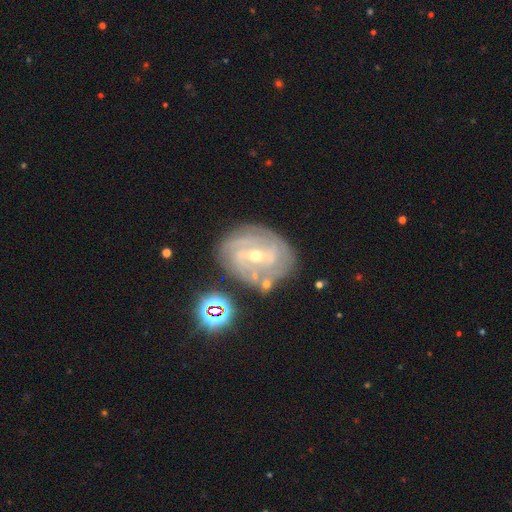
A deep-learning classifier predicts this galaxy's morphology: Smooth or featured? Predicted: featured or disk (p=0.86). Edge-on disk? Predicted: no (p=0.97). Bar? Predicted: weak (p=0.50). Spiral arms? Predicted: yes (p=0.95). Spiral winding? Predicted: tight (p=0.67). Spiral arm count? Predicted: 3 (p=0.27). Bulge size? Predicted: small (p=0.52). Merging? Predicted: none (p=0.73).